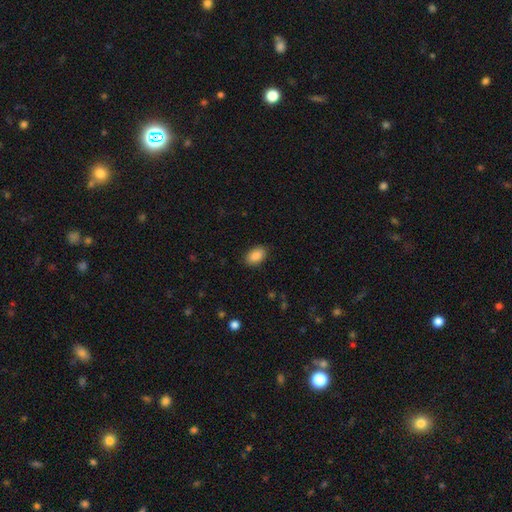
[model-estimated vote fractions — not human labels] Smooth or featured: smooth — 88% (star or artifact — 7%)
How rounded: in between — 89% (round — 10%)
Merging: none — 87% (minor disturbance — 10%)